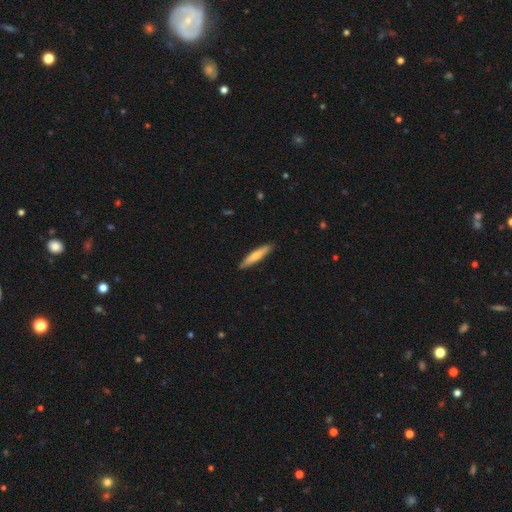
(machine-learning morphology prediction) A smooth galaxy with no disk features (68%) that is cigar-shaped (88%).

Vote fractions:
- Smooth or featured? smooth: 68% / featured or disk: 26% / star or artifact: 5%
- How rounded? cigar-shaped: 88% / in between: 10% / round: 1%
- Merging? none: 89% / minor disturbance: 8% / major disturbance: 1% / merger: 1%